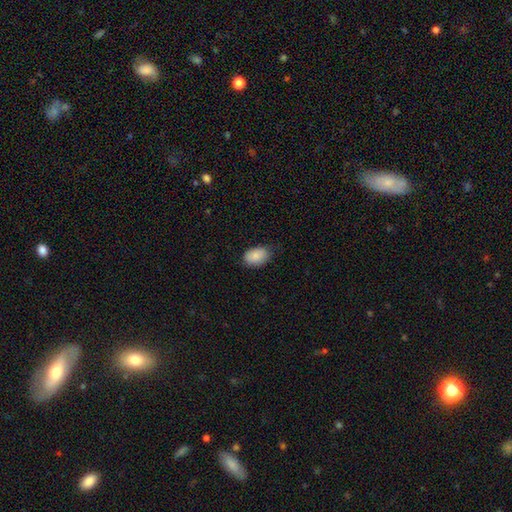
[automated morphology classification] A smooth galaxy with no disk features (87%) that is in between round and cigar-shaped (89%).

Vote fractions:
- Smooth or featured? smooth: 87% / star or artifact: 7% / featured or disk: 7%
- How rounded? in between: 89% / round: 10% / cigar-shaped: 1%
- Merging? none: 76% / minor disturbance: 20% / major disturbance: 3% / merger: 1%